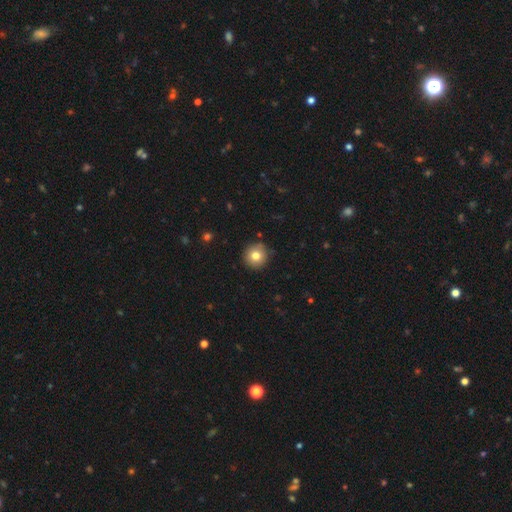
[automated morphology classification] A smooth galaxy with no disk features (78%) that is round (95%).

Vote fractions:
- Smooth or featured? smooth: 78% / featured or disk: 11% / star or artifact: 11%
- How rounded? round: 95% / in between: 4% / cigar-shaped: 1%
- Merging? none: 90% / minor disturbance: 7% / major disturbance: 2% / merger: 1%